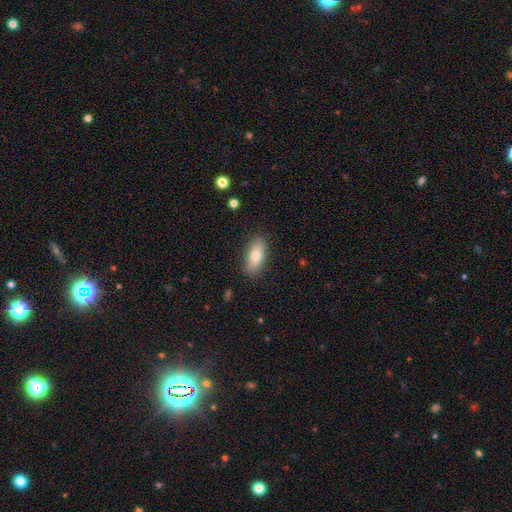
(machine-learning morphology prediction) type=smooth (78%); roundness=in between (80%); merging=none (87%).